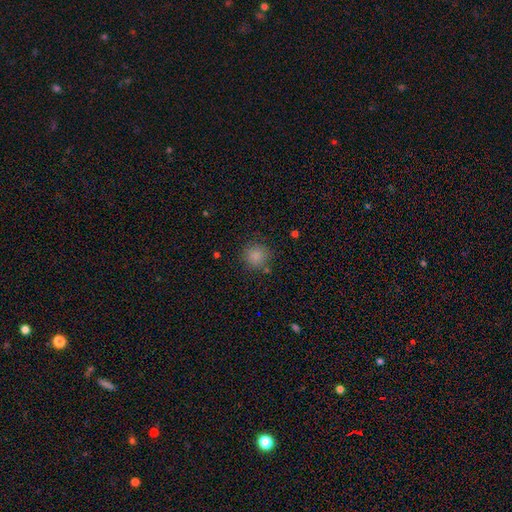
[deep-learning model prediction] smooth_or_featured: smooth (p=0.85) [alt: star or artifact p=0.11]
how_rounded: round (p=0.92) [alt: in between p=0.07]
merging: none (p=0.83) [alt: minor disturbance p=0.10]